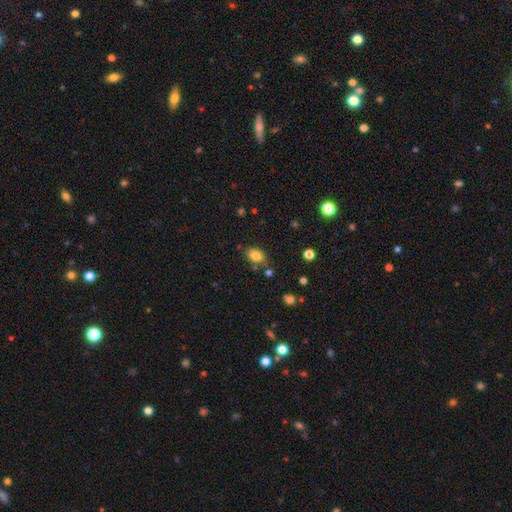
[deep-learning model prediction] Smooth or featured? smooth (82%)
How rounded? in between (81%)
Merging? none (76%)